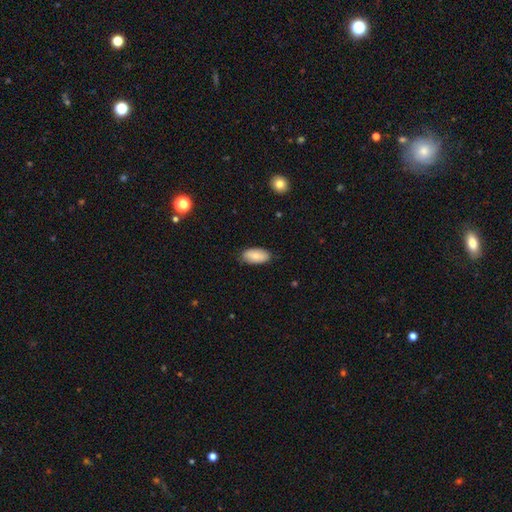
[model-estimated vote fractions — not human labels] Morphology: type=smooth (83%); roundness=in between (94%); merging=none (82%).